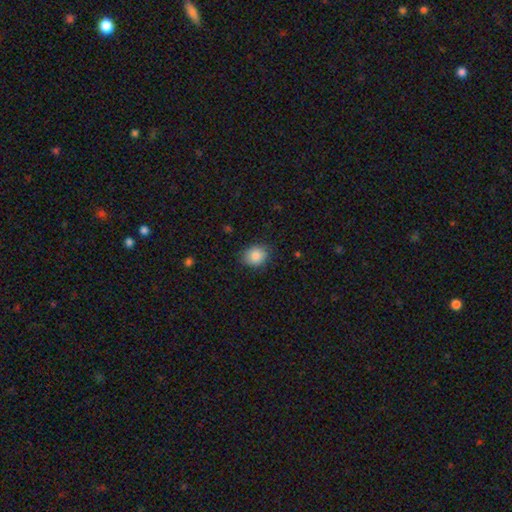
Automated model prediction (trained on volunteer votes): A smooth galaxy with no disk features (86%) that is round (58%). Merging: none (81%).